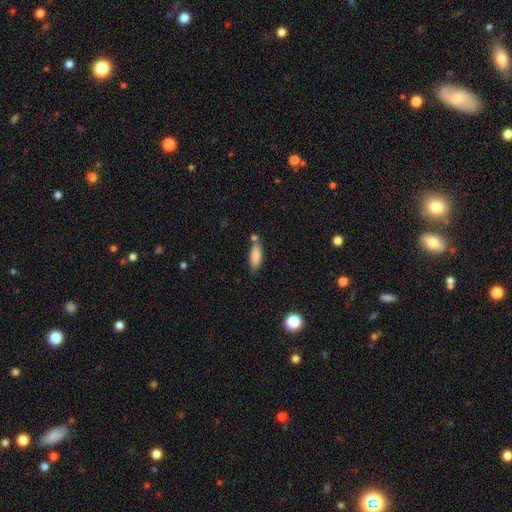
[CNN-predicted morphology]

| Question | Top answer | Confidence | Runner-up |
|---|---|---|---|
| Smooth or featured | smooth | 83% | featured or disk (10%) |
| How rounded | in between | 64% | cigar-shaped (34%) |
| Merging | none | 59% | minor disturbance (20%) |